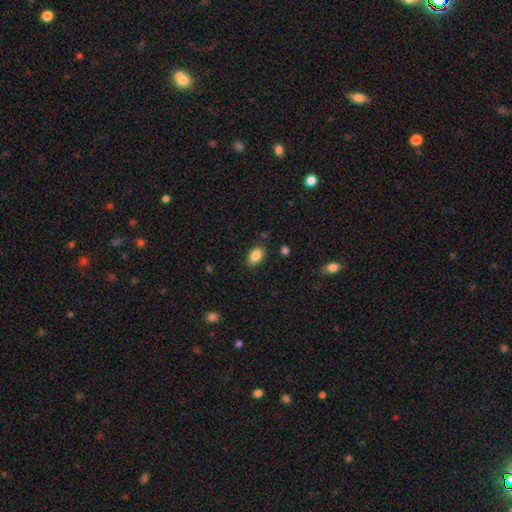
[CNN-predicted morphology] A smooth galaxy with no disk features (86%) that is in between round and cigar-shaped (90%). Merging: none (84%).